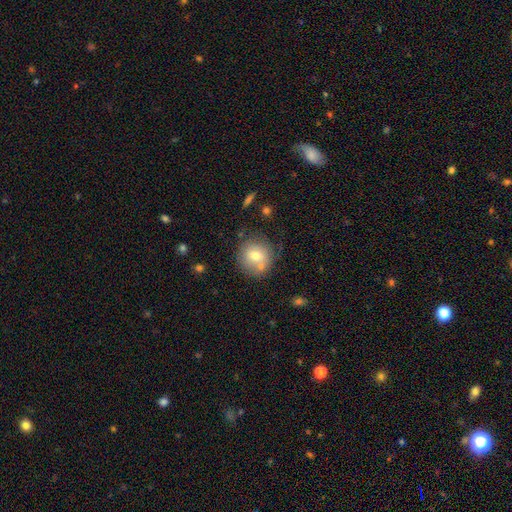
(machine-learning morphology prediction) smooth-or-featured: smooth: 70% | featured or disk: 19% | star or artifact: 11%
  how-rounded: round: 91% | in between: 8% | cigar-shaped: 1%
  merging: none: 69% | merger: 15% | minor disturbance: 12% | major disturbance: 4%